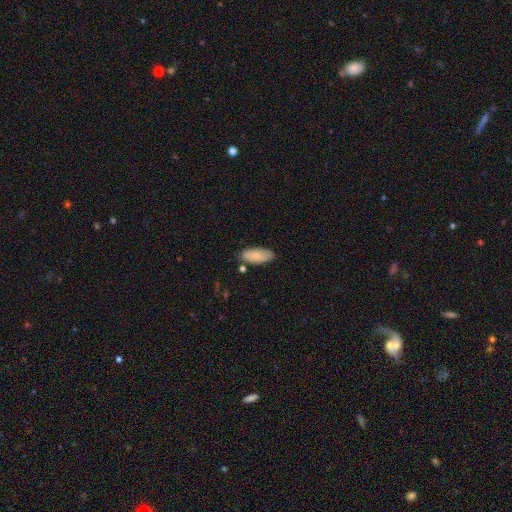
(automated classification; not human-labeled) smooth 83%, featured or disk 10%, star or artifact 6%. Down the decision tree: how rounded — in between (85%); merging — none (77%).